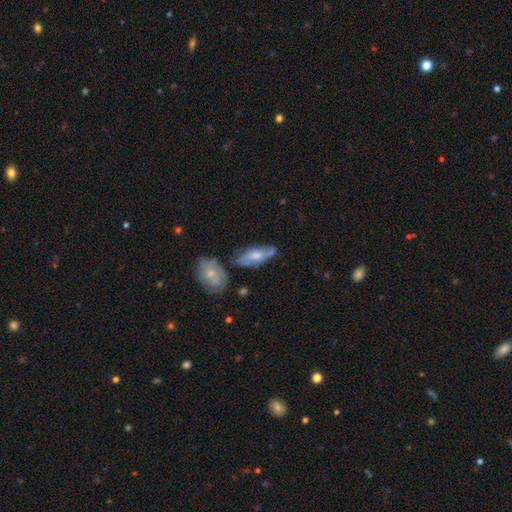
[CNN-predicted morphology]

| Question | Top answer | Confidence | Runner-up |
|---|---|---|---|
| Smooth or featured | smooth | 48% | featured or disk (45%) |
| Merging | none | 52% | minor disturbance (26%) |